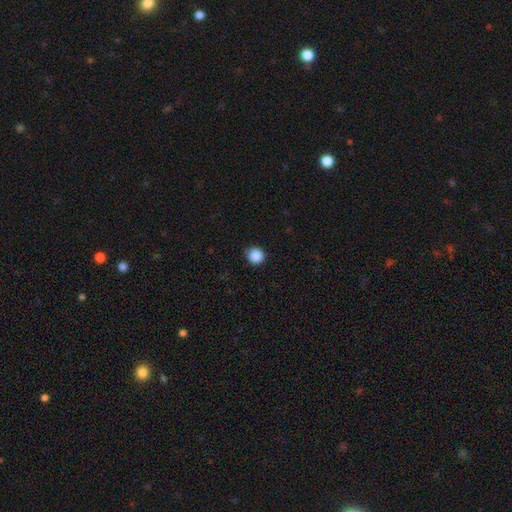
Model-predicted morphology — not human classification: A smooth galaxy with no disk features (88%) that is round (92%). Merging: none (85%).